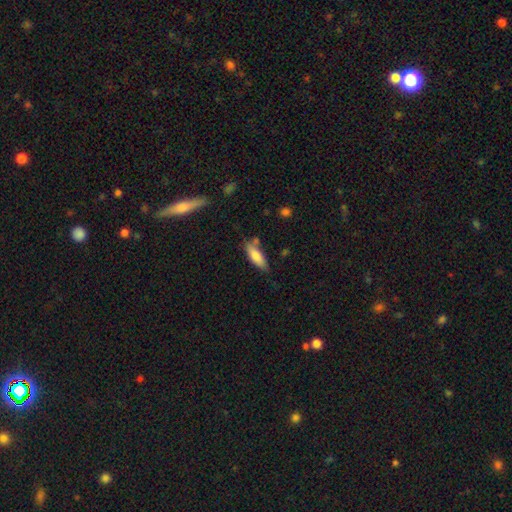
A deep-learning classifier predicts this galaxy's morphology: smooth-or-featured: smooth: 78% | featured or disk: 15% | star or artifact: 7%
  how-rounded: in between: 58% | cigar-shaped: 40% | round: 2%
  merging: none: 63% | minor disturbance: 23% | merger: 9% | major disturbance: 5%